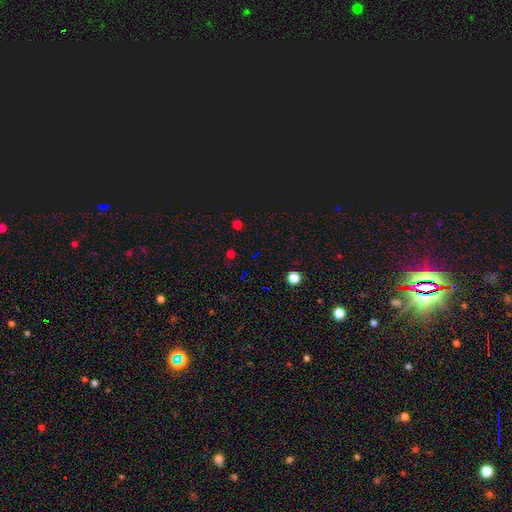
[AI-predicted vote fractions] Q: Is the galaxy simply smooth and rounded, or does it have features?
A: star or artifact — 64%.